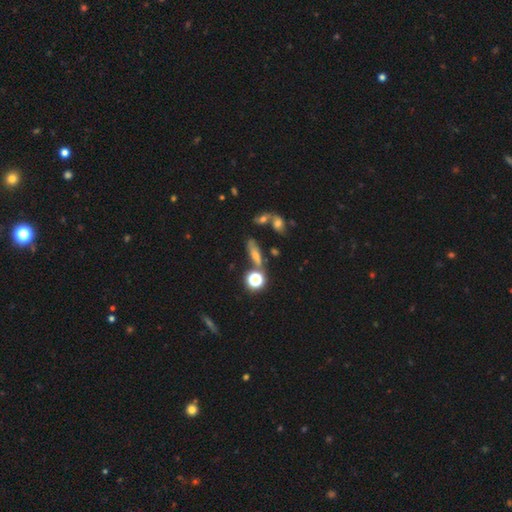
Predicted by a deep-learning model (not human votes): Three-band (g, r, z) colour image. It shows a smooth galaxy with no disk features (54%) that is in between round and cigar-shaped (42%). Merging: none (57%).